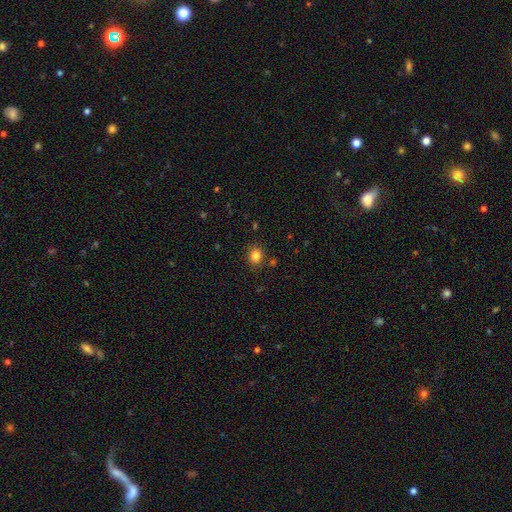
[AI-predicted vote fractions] The model was most divided on "how rounded": round: 64%, in between: 35%, cigar-shaped: 1%. More confident: merging — none (86%); smooth or featured — smooth (84%).